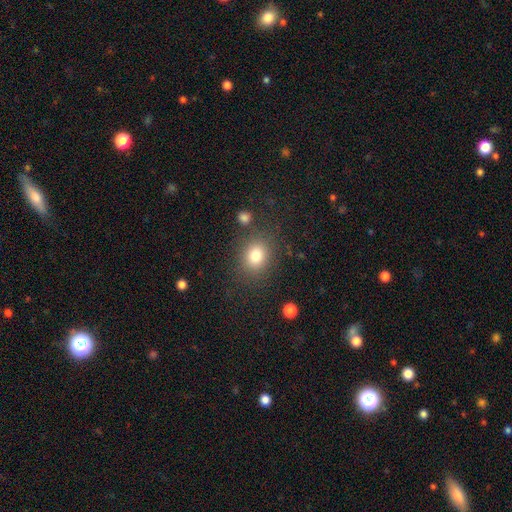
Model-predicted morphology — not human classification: The model was most divided on "how rounded": round: 59%, in between: 40%, cigar-shaped: 1%. More confident: smooth or featured — smooth (81%); merging — none (80%).